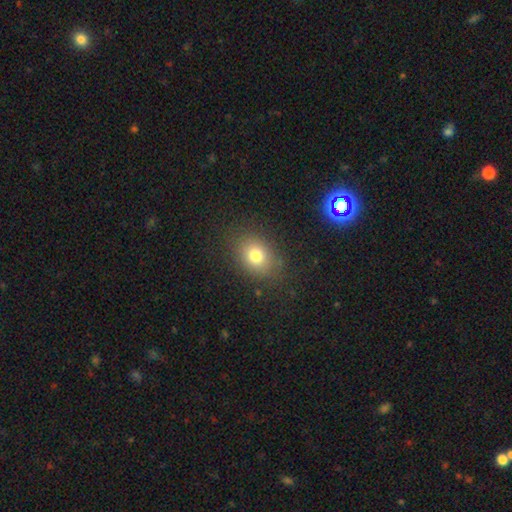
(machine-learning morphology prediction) Q: Smooth or featured?
A: smooth (77%); runner-up: star or artifact (13%)
Q: How rounded?
A: in between (56%); runner-up: round (43%)
Q: Merging?
A: none (83%); runner-up: minor disturbance (11%)